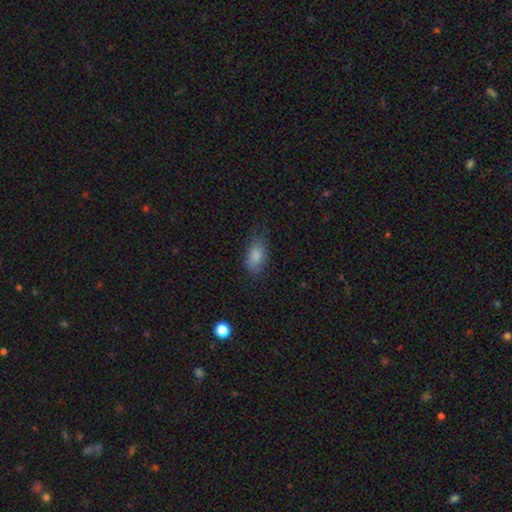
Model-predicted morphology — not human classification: Overall: smooth (85%). How rounded: in between (90%). Merging: none (74%).